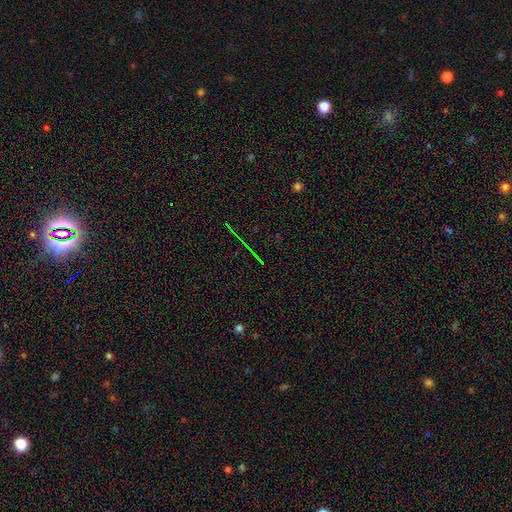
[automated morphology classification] smooth-or-featured: star or artifact: 78% | featured or disk: 12% | smooth: 10%